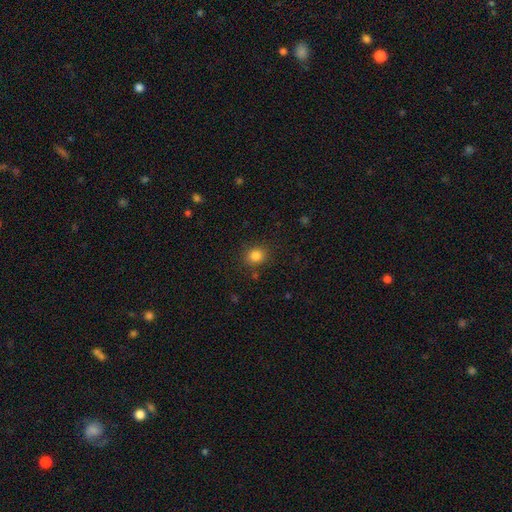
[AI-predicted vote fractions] The model was most divided on "how rounded": round: 72%, in between: 27%, cigar-shaped: 1%. More confident: merging — none (86%); smooth or featured — smooth (83%).